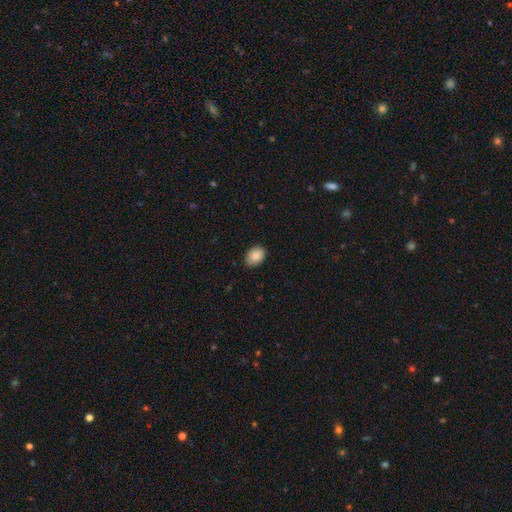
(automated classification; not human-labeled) The model was most divided on "how rounded": in between: 77%, round: 22%, cigar-shaped: 1%. More confident: merging — none (87%); smooth or featured — smooth (86%).